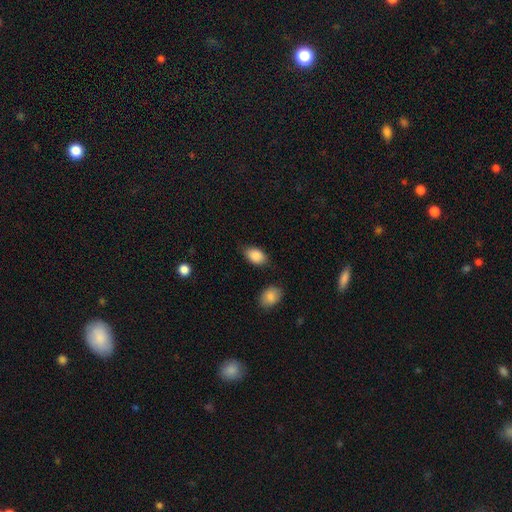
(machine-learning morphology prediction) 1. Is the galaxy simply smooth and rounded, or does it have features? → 88% smooth, 7% star or artifact, 5% featured or disk.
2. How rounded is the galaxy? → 90% in between, 9% round, 2% cigar-shaped.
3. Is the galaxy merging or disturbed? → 79% none, 15% minor disturbance, 3% major disturbance, 3% merger.